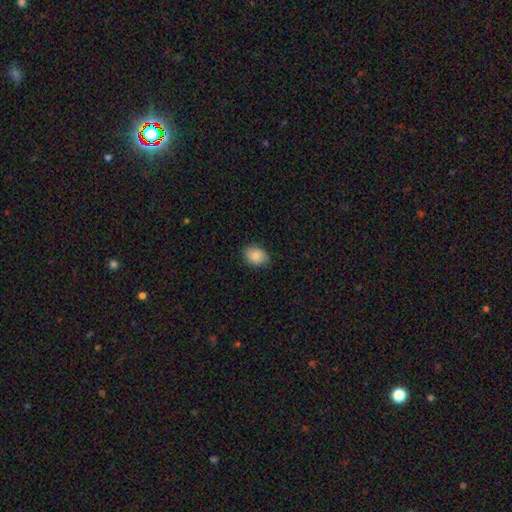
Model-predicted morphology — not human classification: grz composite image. It shows a smooth galaxy with no disk features (85%) that is in between round and cigar-shaped (56%). Merging: none (84%).